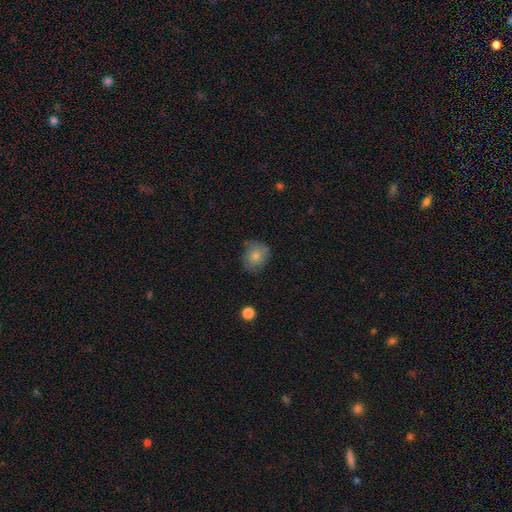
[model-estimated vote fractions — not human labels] Morphology: type=smooth (78%); roundness=round (68%); merging=none (69%).